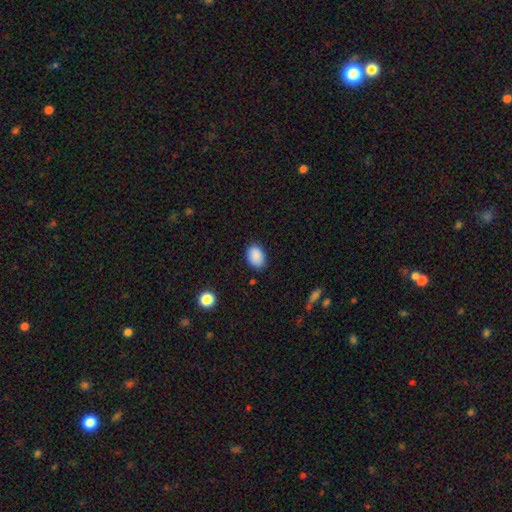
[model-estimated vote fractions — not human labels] A smooth galaxy with no disk features (89%) that is in between round and cigar-shaped (84%).

Vote fractions:
- Smooth or featured? smooth: 89% / star or artifact: 8% / featured or disk: 3%
- How rounded? in between: 84% / round: 15% / cigar-shaped: 1%
- Merging? none: 83% / minor disturbance: 13% / major disturbance: 3% / merger: 1%